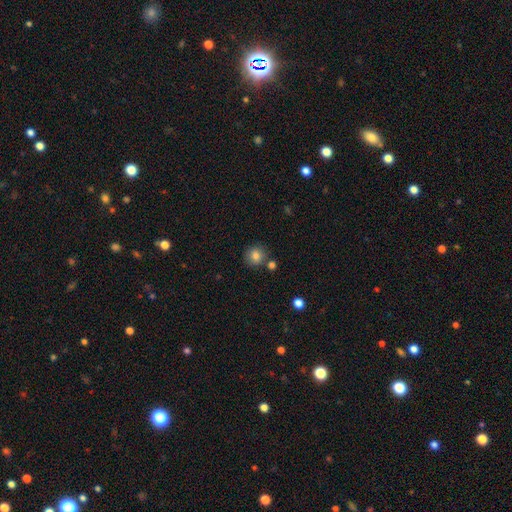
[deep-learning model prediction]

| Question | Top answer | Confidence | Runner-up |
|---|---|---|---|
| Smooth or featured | smooth | 83% | star or artifact (10%) |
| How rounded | round | 88% | in between (11%) |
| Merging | none | 78% | merger (10%) |